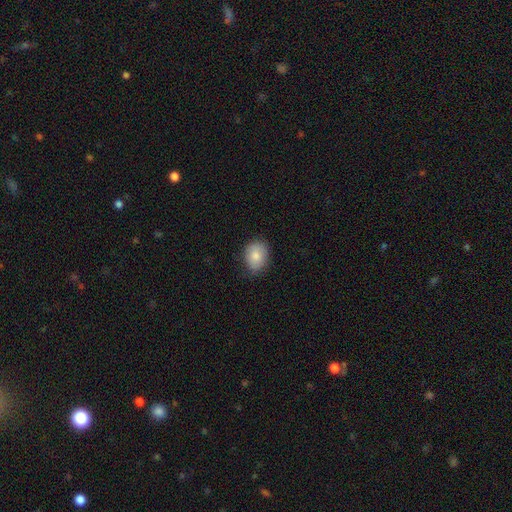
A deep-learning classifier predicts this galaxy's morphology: smooth 83%, featured or disk 9%, star or artifact 7%. Down the decision tree: how rounded — in between (59%); merging — none (77%).